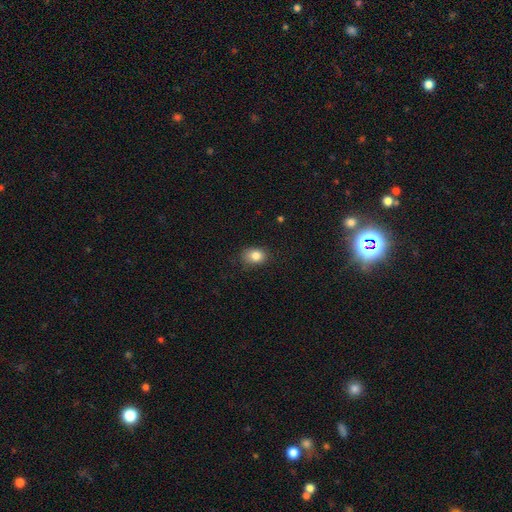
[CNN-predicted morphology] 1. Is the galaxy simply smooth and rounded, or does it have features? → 84% smooth, 9% star or artifact, 7% featured or disk.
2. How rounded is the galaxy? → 64% in between, 35% round, 1% cigar-shaped.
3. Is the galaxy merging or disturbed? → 78% none, 17% minor disturbance, 4% major disturbance, 1% merger.